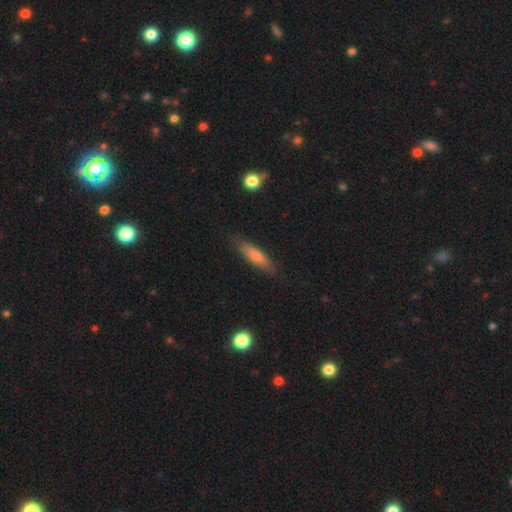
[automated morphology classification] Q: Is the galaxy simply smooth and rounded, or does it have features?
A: smooth — 73%.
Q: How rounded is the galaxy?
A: cigar-shaped — 71%.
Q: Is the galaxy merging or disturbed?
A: none — 83%.